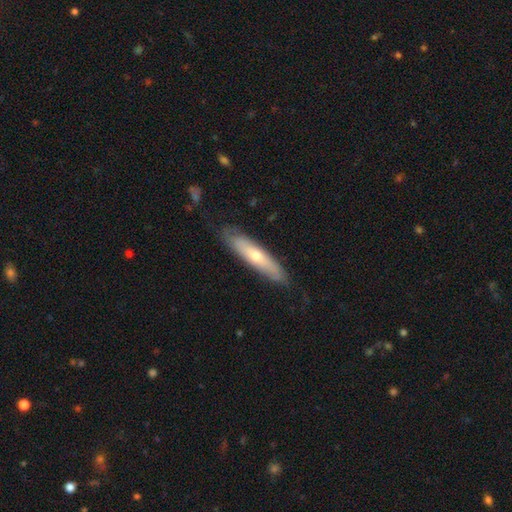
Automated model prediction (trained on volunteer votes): A smooth galaxy with no disk features (50%) that is cigar-shaped (79%).

Vote fractions:
- Smooth or featured? smooth: 50% / featured or disk: 44% / star or artifact: 6%
- How rounded? cigar-shaped: 79% / in between: 19% / round: 2%
- Merging? none: 79% / minor disturbance: 16% / major disturbance: 3% / merger: 1%